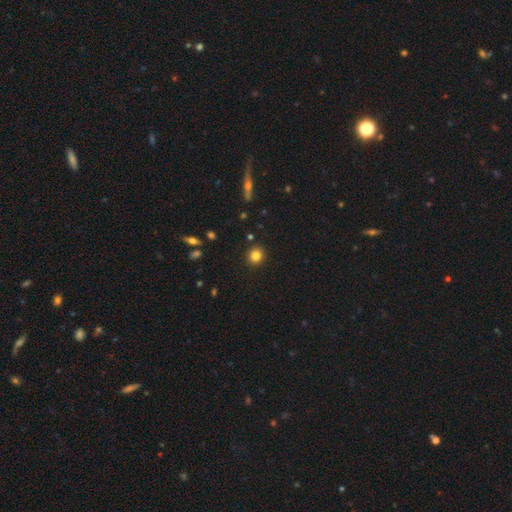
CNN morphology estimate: Smooth or featured?
  - smooth: 82% *
  - star or artifact: 12%
  - featured or disk: 6%
How rounded?
  - round: 89% *
  - in between: 10%
  - cigar-shaped: 1%
Merging?
  - none: 91% *
  - minor disturbance: 6%
  - major disturbance: 2%
  - merger: 2%